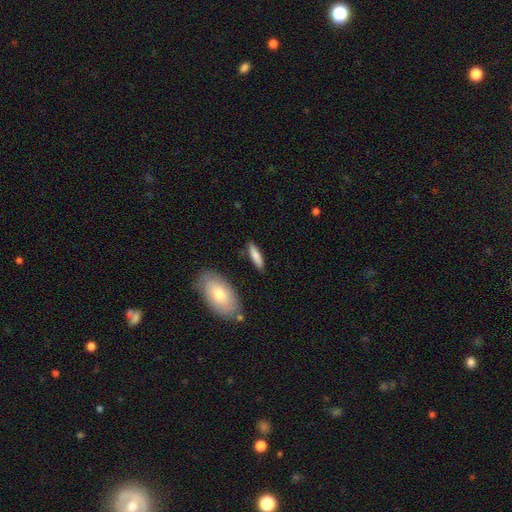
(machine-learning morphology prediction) The model was most divided on "how rounded": cigar-shaped: 65%, in between: 33%, round: 2%. More confident: merging — none (85%); smooth or featured — smooth (81%).